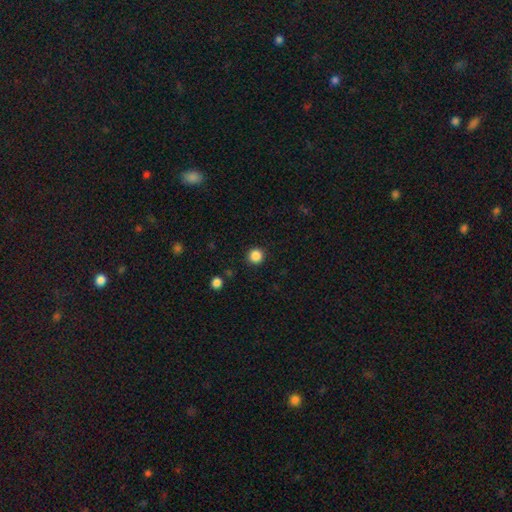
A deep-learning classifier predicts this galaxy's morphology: type=smooth (87%); roundness=round (94%); merging=none (91%).